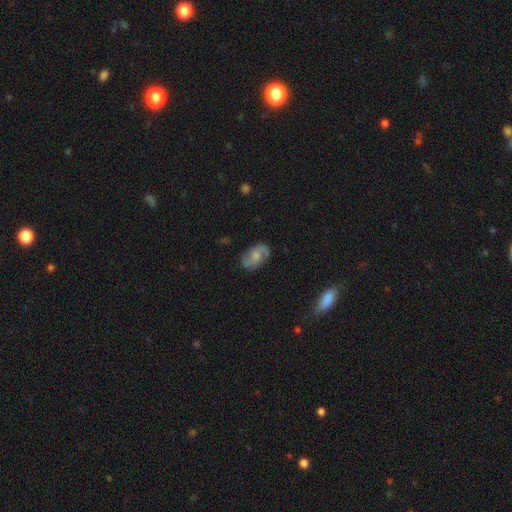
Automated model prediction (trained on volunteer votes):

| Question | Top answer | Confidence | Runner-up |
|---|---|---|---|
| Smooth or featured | featured or disk | 67% | smooth (26%) |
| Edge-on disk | no | 97% | yes (3%) |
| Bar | no | 57% | weak (37%) |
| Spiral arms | yes | 91% | no (9%) |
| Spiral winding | medium | 47% | loose (35%) |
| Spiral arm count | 2 | 88% | can't tell (6%) |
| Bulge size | moderate | 37% | none (23%) |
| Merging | none | 76% | minor disturbance (17%) |